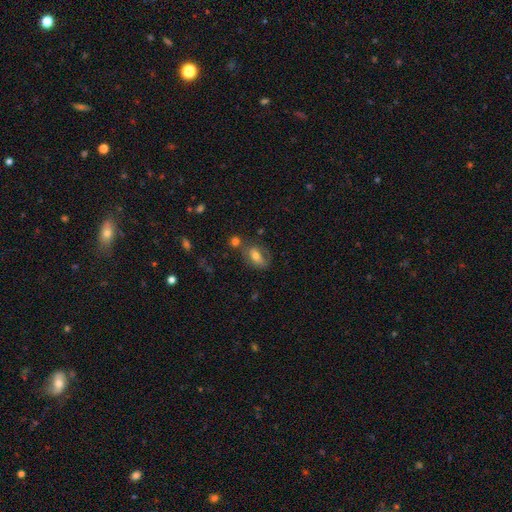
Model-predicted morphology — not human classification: This is likely a smooth galaxy (61%). How rounded: clearly in between (84%). Merging: possibly none (50%).